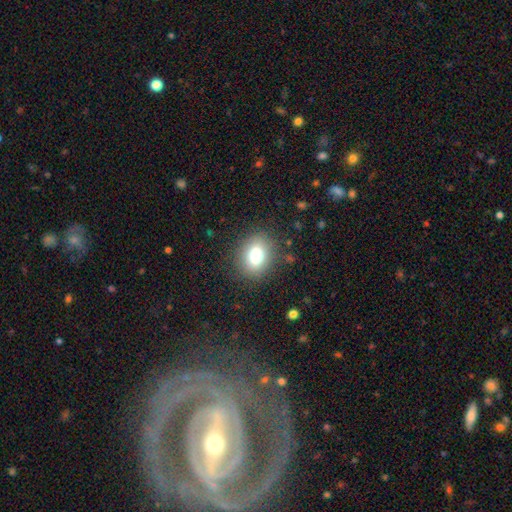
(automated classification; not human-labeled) A smooth galaxy with no disk features (77%) that is in between round and cigar-shaped (52%). Merging: none (85%).